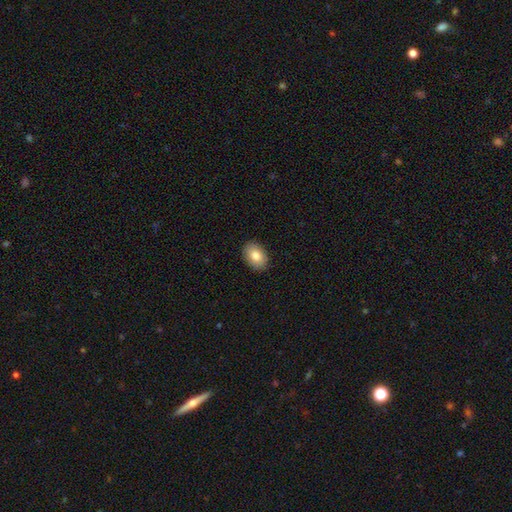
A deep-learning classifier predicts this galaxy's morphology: smooth 83%, featured or disk 10%, star or artifact 7%. Down the decision tree: how rounded — in between (83%); merging — none (90%).